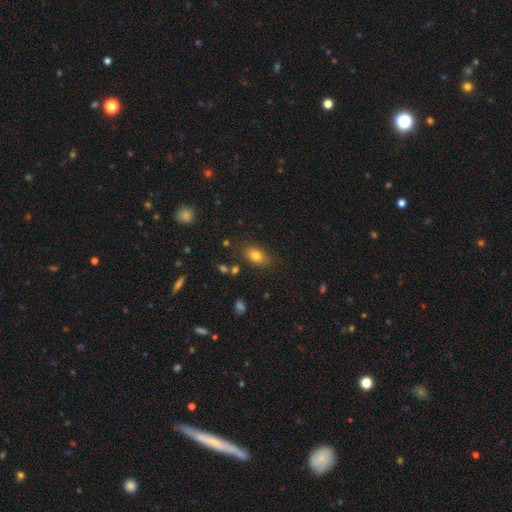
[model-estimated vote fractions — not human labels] A smooth galaxy with no disk features (80%) that is in between round and cigar-shaped (86%). Merging: none (81%).